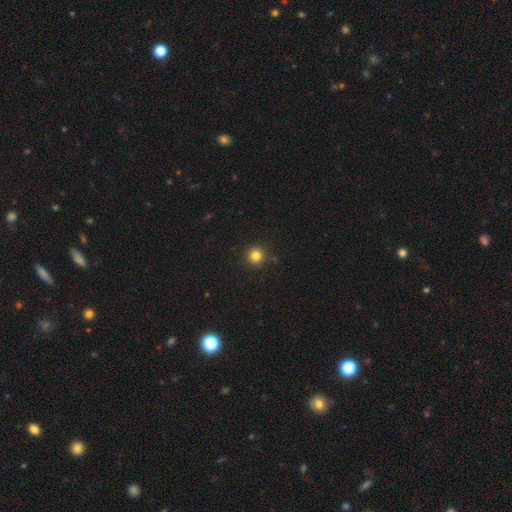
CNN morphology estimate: A smooth galaxy with no disk features (82%) that is round (95%).

Vote fractions:
- Smooth or featured? smooth: 82% / star or artifact: 13% / featured or disk: 5%
- How rounded? round: 95% / in between: 5% / cigar-shaped: 1%
- Merging? none: 90% / minor disturbance: 6% / major disturbance: 2% / merger: 2%